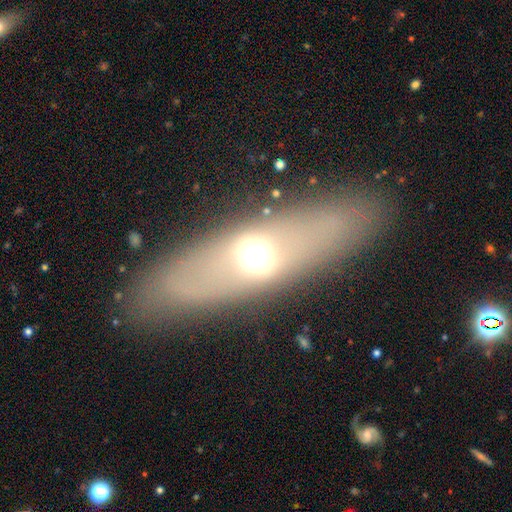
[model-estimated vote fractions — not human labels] Q: Smooth or featured?
A: featured or disk (45%); runner-up: smooth (43%)
Q: Merging?
A: none (85%); runner-up: minor disturbance (9%)